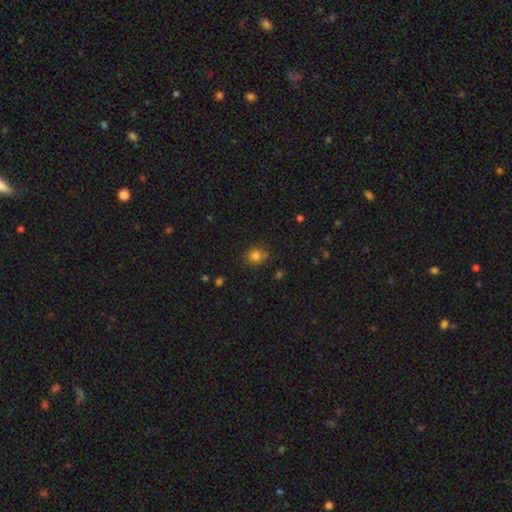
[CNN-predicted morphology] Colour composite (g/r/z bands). It shows a smooth galaxy with no disk features (81%) that is round (81%). Merging: none (78%).